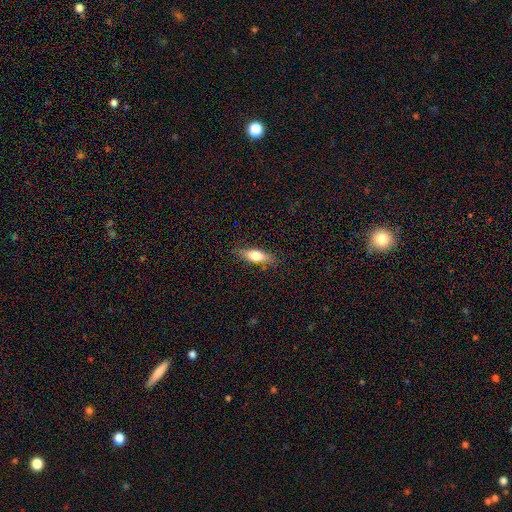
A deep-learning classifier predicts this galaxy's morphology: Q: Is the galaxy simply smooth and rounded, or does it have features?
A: smooth — 71%.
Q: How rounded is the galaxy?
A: in between — 62%.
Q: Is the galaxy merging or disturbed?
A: none — 83%.